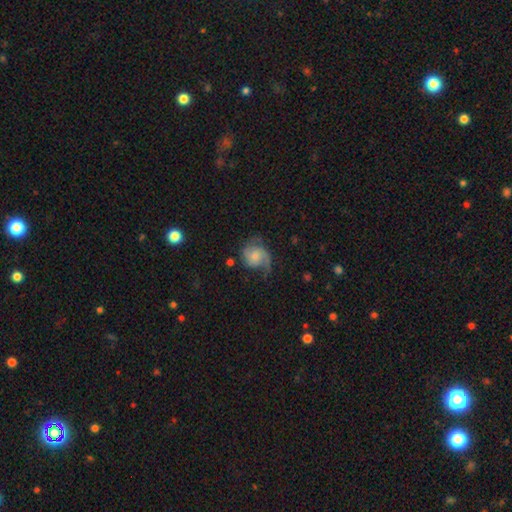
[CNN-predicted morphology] Overall: featured or disk (68%). Edge-on disk: no (98%). Bar: no (72%). Spiral arms: yes (92%). Spiral arm count: 2 (55%; 1 28%). Spiral winding: medium (42%; loose 38%). Bulge size: small (56%; moderate 31%). Merging: none (49%; minor disturbance 27%).